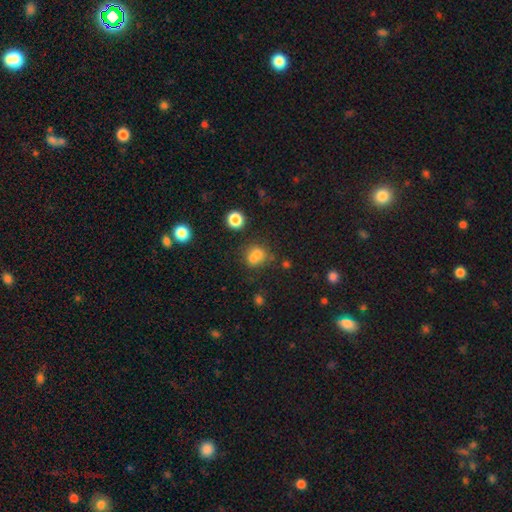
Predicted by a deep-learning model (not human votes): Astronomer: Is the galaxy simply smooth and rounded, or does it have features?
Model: smooth — 69%.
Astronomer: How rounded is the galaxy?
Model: round — 71%.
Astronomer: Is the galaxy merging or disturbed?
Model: merger — 45% (runner-up: none, 39%).